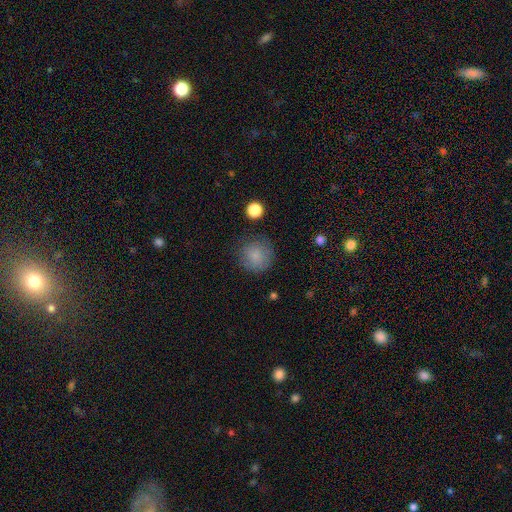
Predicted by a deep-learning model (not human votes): This is clearly a smooth galaxy (85%). How rounded: clearly round (94%). Merging: clearly none (82%).